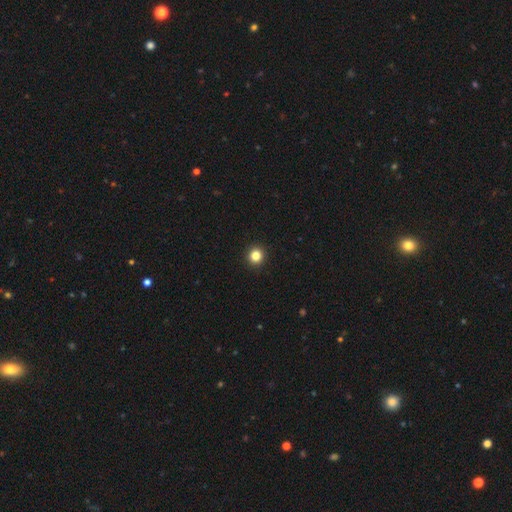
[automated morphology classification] Overall: smooth (83%). How rounded: round (93%). Merging: none (94%).